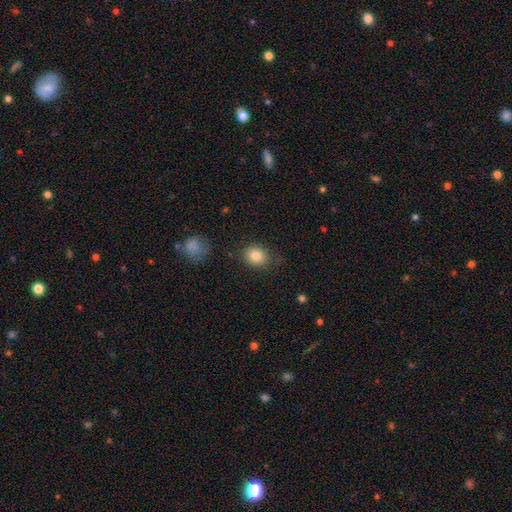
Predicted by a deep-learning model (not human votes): A smooth galaxy with no disk features (85%) that is round (54%).

Vote fractions:
- Smooth or featured? smooth: 85% / star or artifact: 9% / featured or disk: 6%
- How rounded? round: 54% / in between: 45% / cigar-shaped: 1%
- Merging? none: 80% / minor disturbance: 13% / major disturbance: 4% / merger: 2%